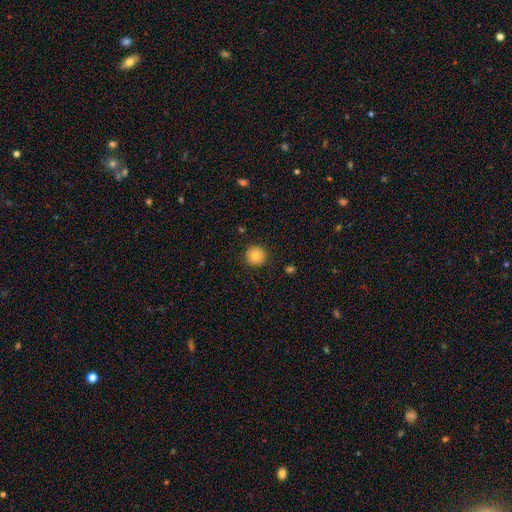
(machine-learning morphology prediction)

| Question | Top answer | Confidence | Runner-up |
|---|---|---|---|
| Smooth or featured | smooth | 82% | star or artifact (10%) |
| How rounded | round | 95% | in between (4%) |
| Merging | none | 91% | minor disturbance (6%) |